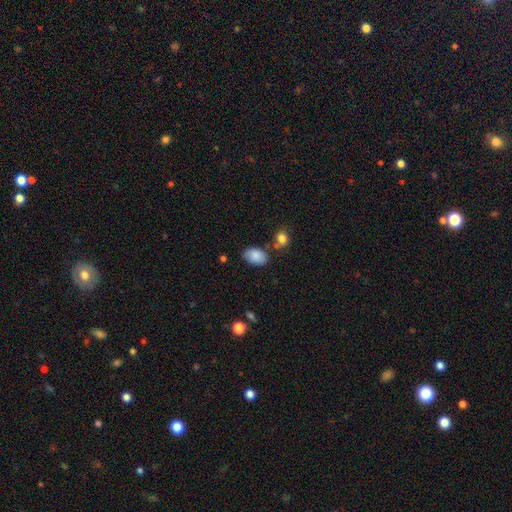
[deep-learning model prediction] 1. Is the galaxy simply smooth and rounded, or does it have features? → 85% smooth, 8% featured or disk, 7% star or artifact.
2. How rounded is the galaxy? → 92% in between, 7% round, 1% cigar-shaped.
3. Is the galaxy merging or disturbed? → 71% none, 18% minor disturbance, 7% merger, 4% major disturbance.